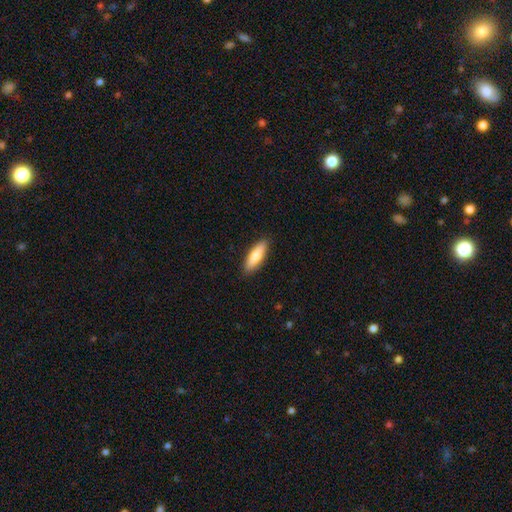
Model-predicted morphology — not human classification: smooth 79%, featured or disk 16%, star or artifact 5%. Down the decision tree: how rounded — cigar-shaped (54%); merging — none (90%).